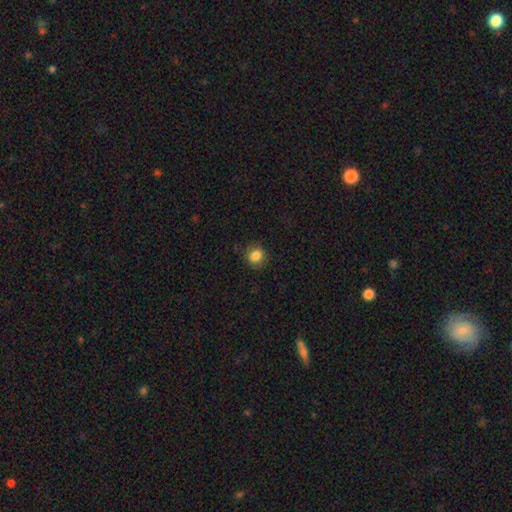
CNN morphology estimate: Smooth or featured?
  - smooth: 85% *
  - star or artifact: 10%
  - featured or disk: 4%
How rounded?
  - round: 87% *
  - in between: 12%
  - cigar-shaped: 1%
Merging?
  - none: 86% *
  - minor disturbance: 10%
  - major disturbance: 3%
  - merger: 1%